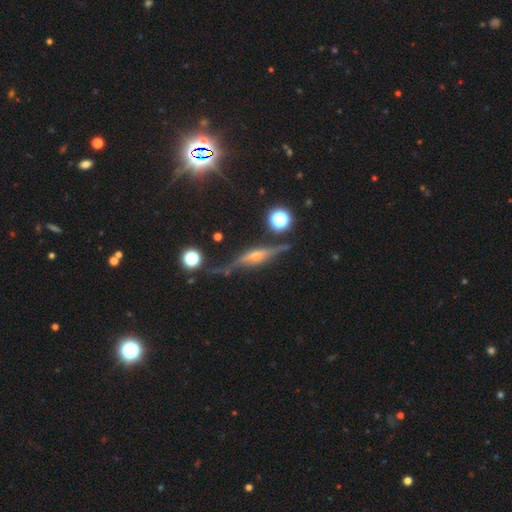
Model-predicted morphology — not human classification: featured or disk 80%, star or artifact 10%, smooth 10%. Down the decision tree: edge-on disk — yes (94%); edge-on bulge — rounded (81%); merging — none (77%).